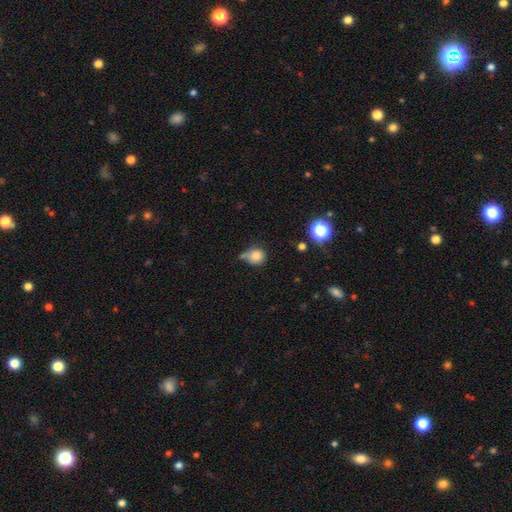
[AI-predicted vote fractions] A smooth galaxy with no disk features (80%) that is round (85%).

Vote fractions:
- Smooth or featured? smooth: 80% / star or artifact: 12% / featured or disk: 9%
- How rounded? round: 85% / in between: 14% / cigar-shaped: 1%
- Merging? none: 49% / minor disturbance: 26% / merger: 16% / major disturbance: 9%